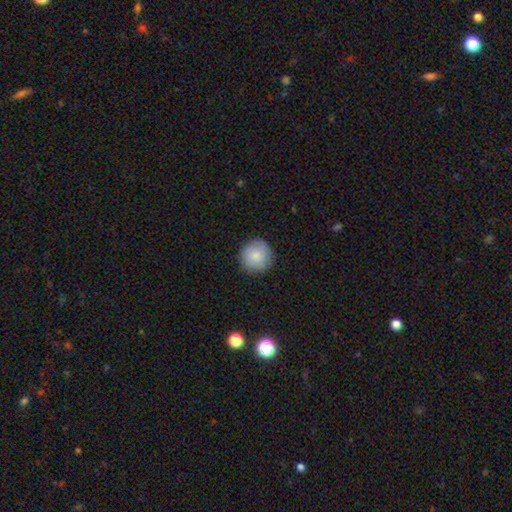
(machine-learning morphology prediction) This is clearly a smooth galaxy (85%). How rounded: clearly round (95%). Merging: clearly none (89%).